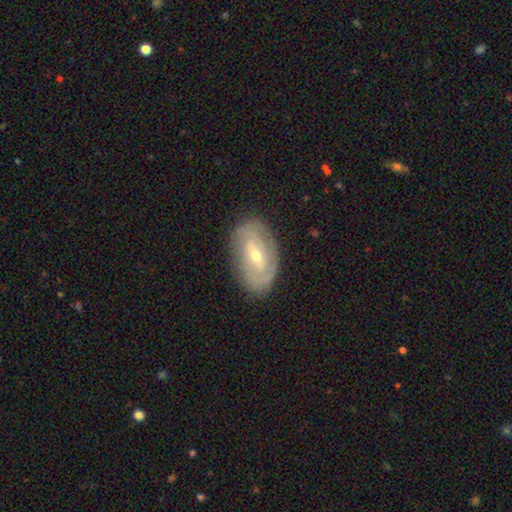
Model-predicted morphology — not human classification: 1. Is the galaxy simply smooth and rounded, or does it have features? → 72% featured or disk, 21% smooth, 7% star or artifact.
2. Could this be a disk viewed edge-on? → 93% no, 7% yes.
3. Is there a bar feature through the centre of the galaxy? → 44% weak, 28% strong, 28% no.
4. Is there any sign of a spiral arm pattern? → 72% yes, 28% no.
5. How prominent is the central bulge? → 52% small, 45% moderate, 1% large, 1% none, 1% dominant.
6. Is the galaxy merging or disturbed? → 83% none, 13% minor disturbance, 3% major disturbance, 1% merger.